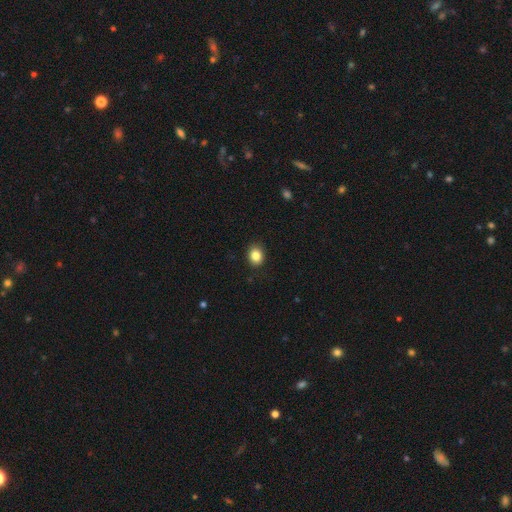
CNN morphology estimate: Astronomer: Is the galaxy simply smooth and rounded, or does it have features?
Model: smooth — 84%.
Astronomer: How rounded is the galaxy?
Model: round — 59% (runner-up: in between, 40%).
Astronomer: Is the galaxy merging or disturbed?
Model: none — 89%.